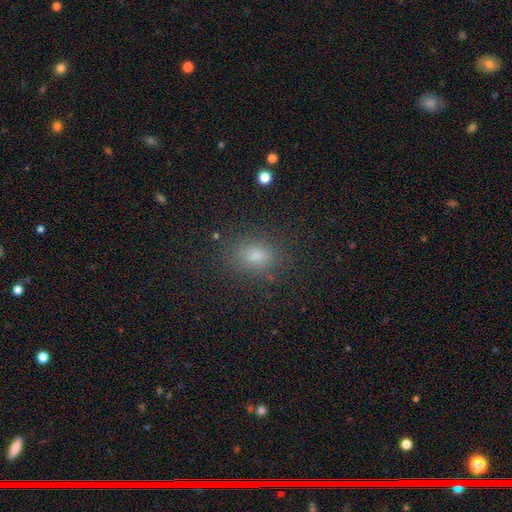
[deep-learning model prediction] smooth 78%, star or artifact 14%, featured or disk 7%. Down the decision tree: how rounded — in between (67%); merging — none (82%).